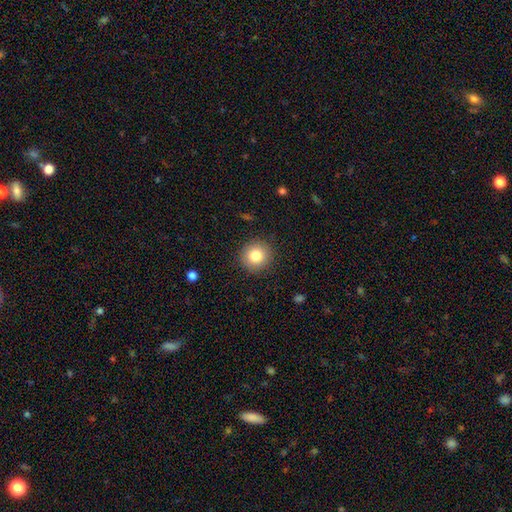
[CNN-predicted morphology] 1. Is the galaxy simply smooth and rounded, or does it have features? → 82% smooth, 10% star or artifact, 9% featured or disk.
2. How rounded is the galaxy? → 93% round, 6% in between, 1% cigar-shaped.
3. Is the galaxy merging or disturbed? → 90% none, 6% minor disturbance, 2% major disturbance, 1% merger.